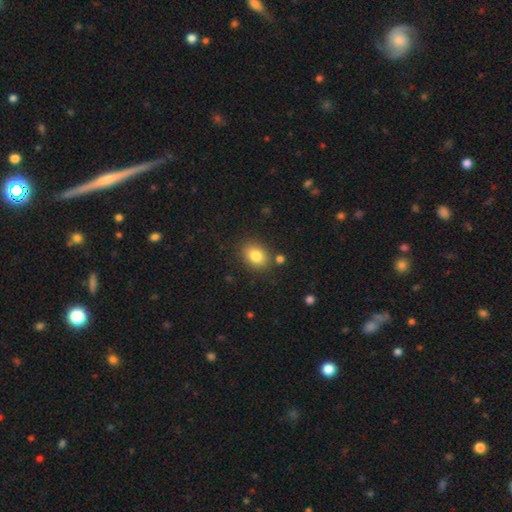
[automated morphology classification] Smooth or featured? Predicted: smooth (p=0.84). How rounded? Predicted: in between (p=0.73). Merging? Predicted: none (p=0.82).